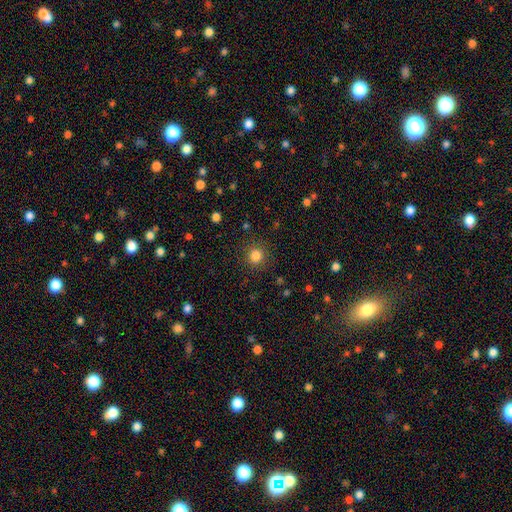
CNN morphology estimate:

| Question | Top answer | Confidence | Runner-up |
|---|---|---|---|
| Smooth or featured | smooth | 83% | star or artifact (12%) |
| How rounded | round | 89% | in between (10%) |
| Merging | none | 88% | minor disturbance (8%) |